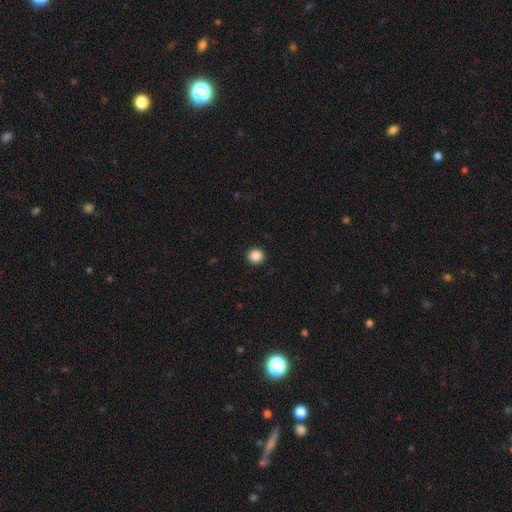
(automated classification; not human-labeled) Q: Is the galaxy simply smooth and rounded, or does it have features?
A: smooth — 88%.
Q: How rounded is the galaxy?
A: round — 94%.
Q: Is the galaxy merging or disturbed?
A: none — 93%.